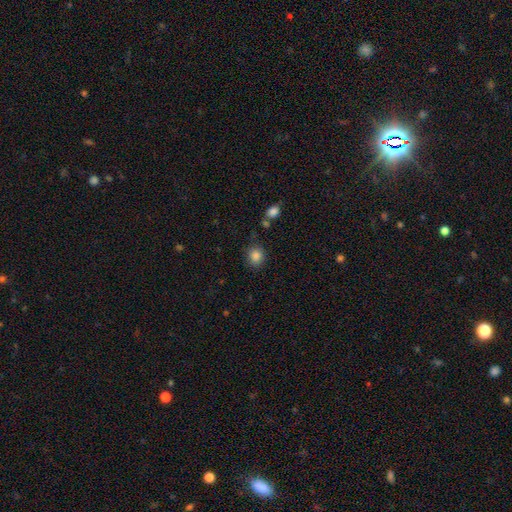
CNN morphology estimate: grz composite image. It shows a smooth galaxy with no disk features (85%) that is round (78%). Merging: none (83%).